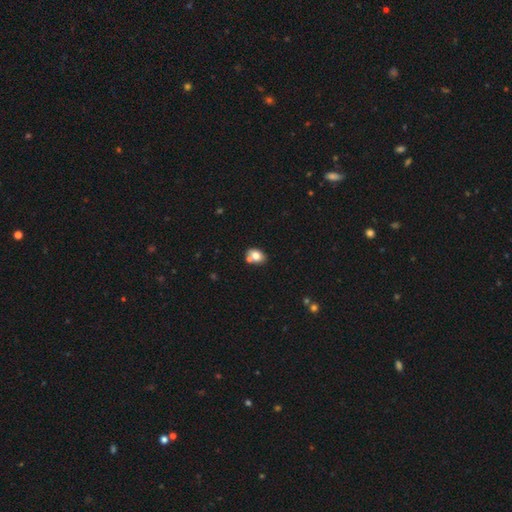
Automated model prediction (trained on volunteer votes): Smooth or featured?
  - smooth: 75% *
  - featured or disk: 15%
  - star or artifact: 9%
How rounded?
  - in between: 73% *
  - round: 25%
  - cigar-shaped: 1%
Merging?
  - none: 58% *
  - merger: 26%
  - minor disturbance: 13%
  - major disturbance: 3%